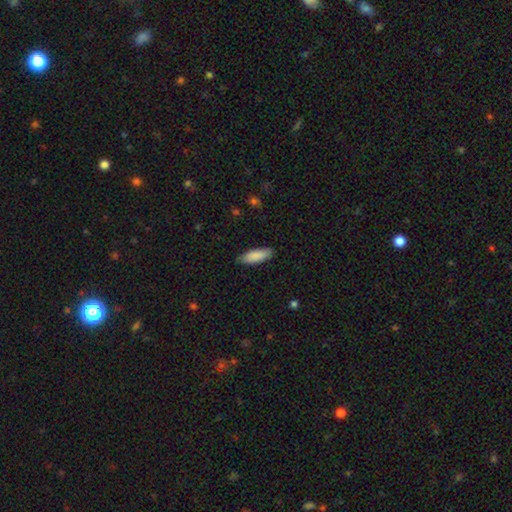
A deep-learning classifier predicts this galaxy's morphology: smooth 89%, featured or disk 6%, star or artifact 6%. Down the decision tree: how rounded — in between (62%); merging — none (86%).